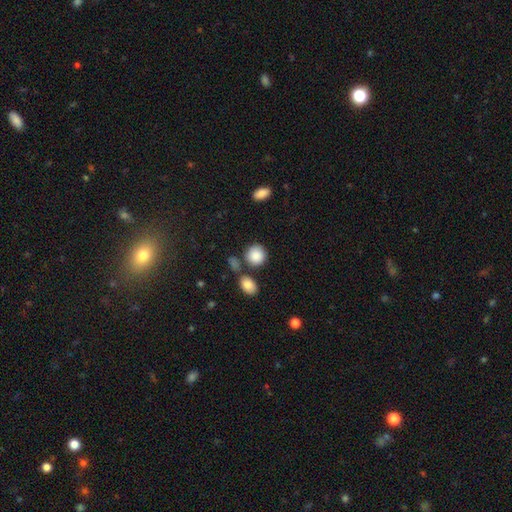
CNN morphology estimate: Smooth or featured? smooth (86%)
How rounded? round (78%)
Merging? none (70%)